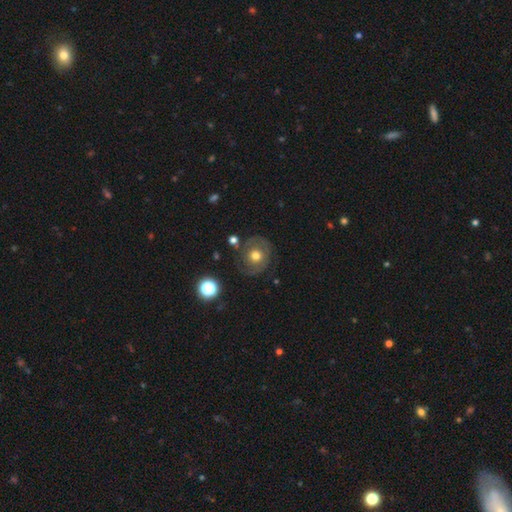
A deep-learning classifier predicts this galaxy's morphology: Overall: featured or disk (47%; smooth 42%). Merging: none (73%).